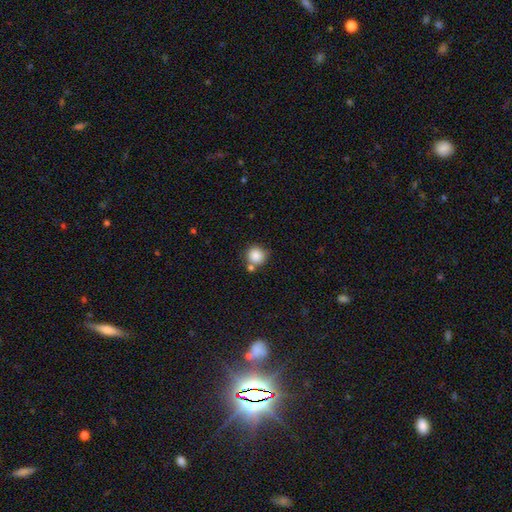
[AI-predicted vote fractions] smooth 86%, star or artifact 9%, featured or disk 5%. Down the decision tree: how rounded — round (90%); merging — none (68%).